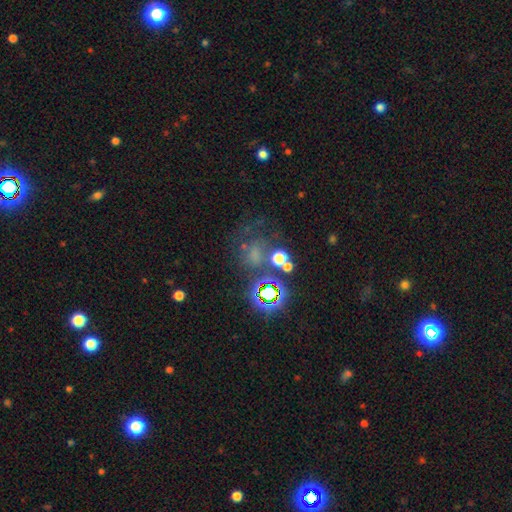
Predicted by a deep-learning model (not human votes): A smooth galaxy with no disk features (45%). Merging: none (50%).